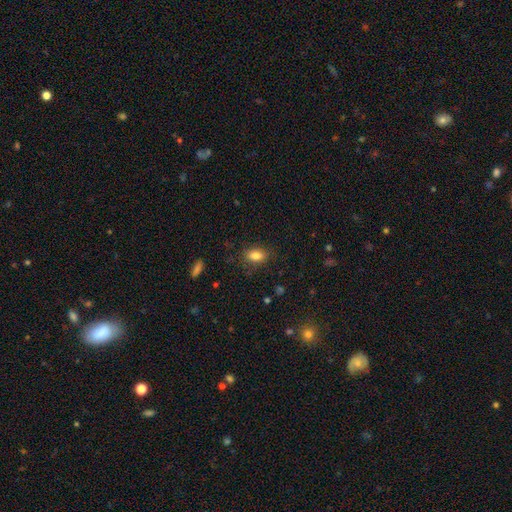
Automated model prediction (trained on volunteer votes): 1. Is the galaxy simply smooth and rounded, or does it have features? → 83% smooth, 9% star or artifact, 8% featured or disk.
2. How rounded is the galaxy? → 85% in between, 11% round, 4% cigar-shaped.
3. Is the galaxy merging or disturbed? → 83% none, 12% minor disturbance, 3% major disturbance, 1% merger.